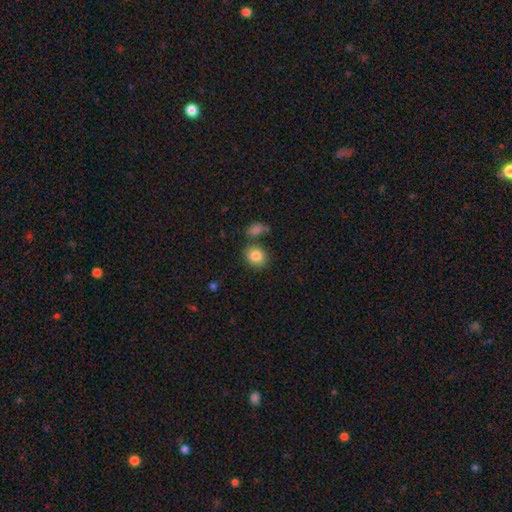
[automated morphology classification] Q: Smooth or featured?
A: smooth (85%); runner-up: star or artifact (9%)
Q: How rounded?
A: round (65%); runner-up: in between (34%)
Q: Merging?
A: none (73%); runner-up: minor disturbance (12%)